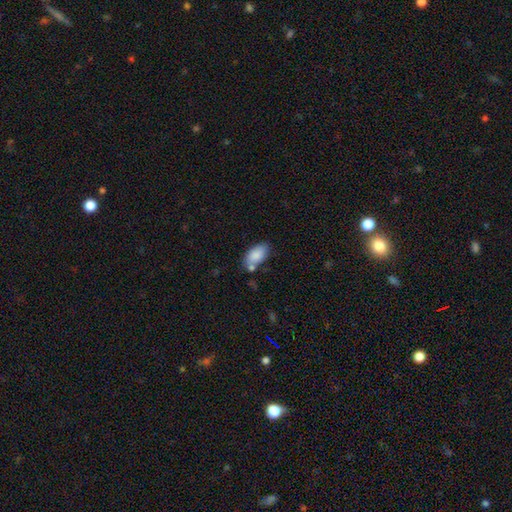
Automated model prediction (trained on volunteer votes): This appears to be a smooth galaxy with no disk features (85%) that is in between round and cigar-shaped (94%). Merging: none (61%).